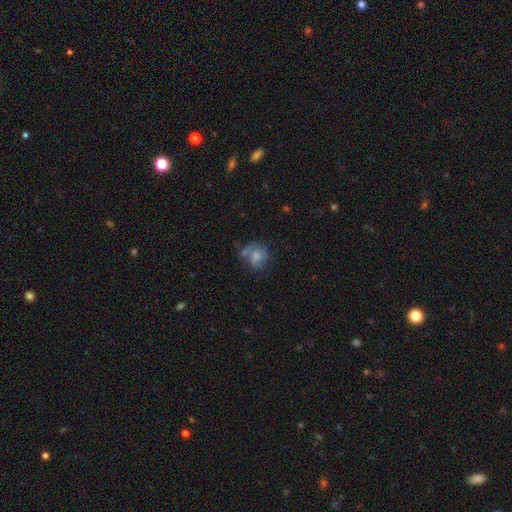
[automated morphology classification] This is likely a smooth galaxy (66%). How rounded: likely round (65%). Merging: marginally none (40%).